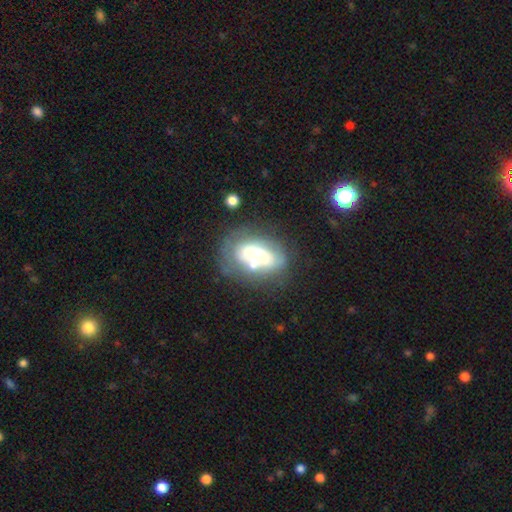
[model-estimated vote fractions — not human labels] Smooth or featured? smooth (46%)
Merging? none (45%)